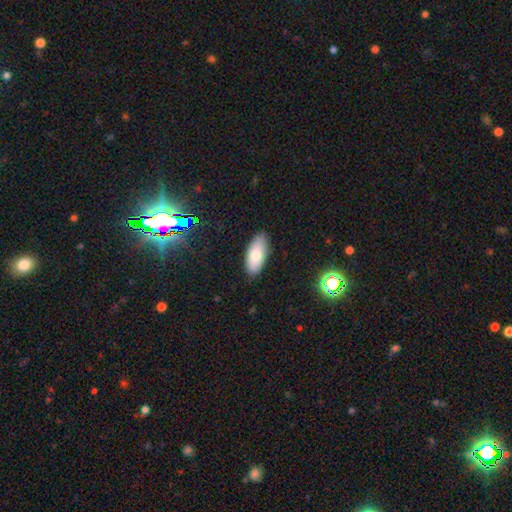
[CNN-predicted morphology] Smooth or featured? Predicted: smooth (p=0.77). How rounded? Predicted: in between (p=0.87). Merging? Predicted: none (p=0.86).